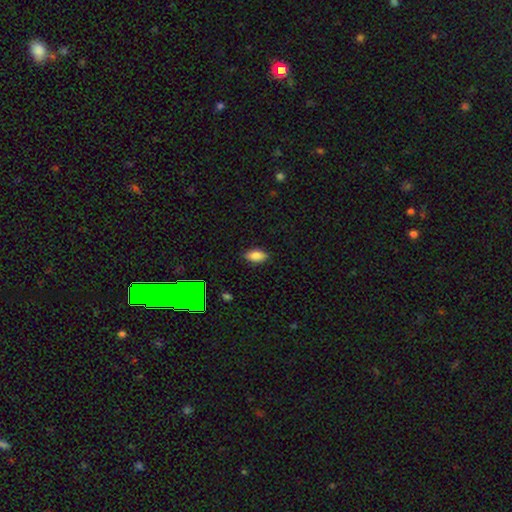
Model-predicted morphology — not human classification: A smooth galaxy with no disk features (82%) that is in between round and cigar-shaped (90%). Merging: none (86%).